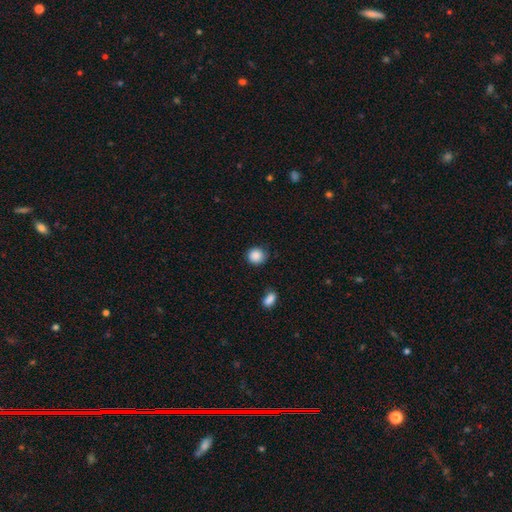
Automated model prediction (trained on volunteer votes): Smooth or featured? smooth (88%)
How rounded? round (90%)
Merging? none (83%)